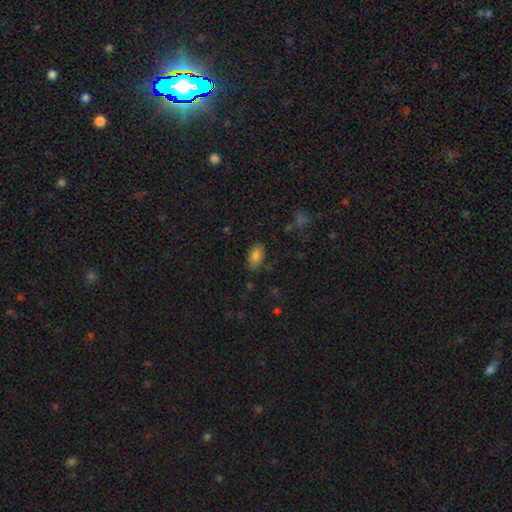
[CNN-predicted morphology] type=smooth (84%); roundness=in between (92%); merging=none (80%).